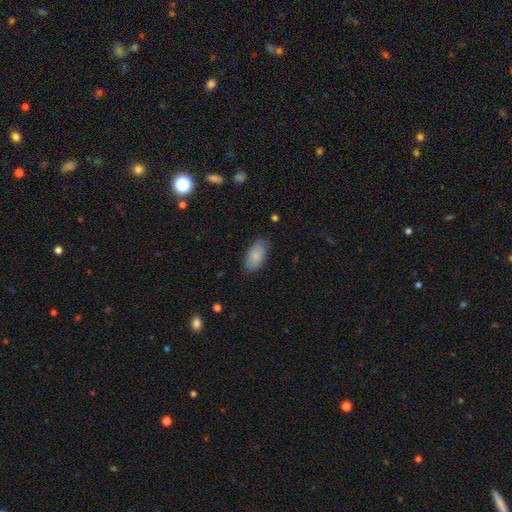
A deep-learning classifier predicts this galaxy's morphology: smooth_or_featured: smooth (p=0.83) [alt: featured or disk p=0.11]
how_rounded: in between (p=0.94) [alt: round p=0.03]
merging: none (p=0.80) [alt: minor disturbance p=0.16]